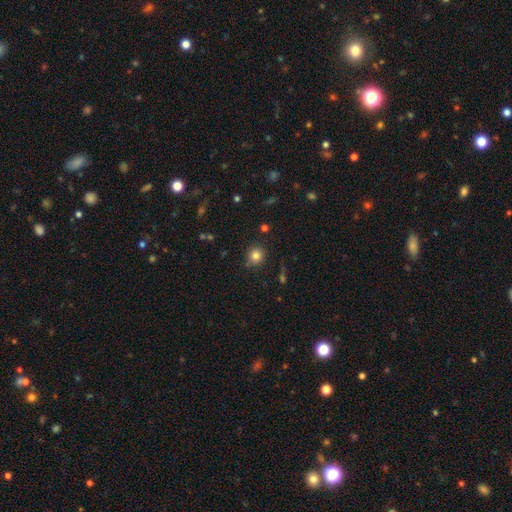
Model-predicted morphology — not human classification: smooth-or-featured: smooth: 81% | star or artifact: 13% | featured or disk: 6%
  how-rounded: round: 90% | in between: 9% | cigar-shaped: 1%
  merging: none: 84% | minor disturbance: 10% | merger: 3% | major disturbance: 3%